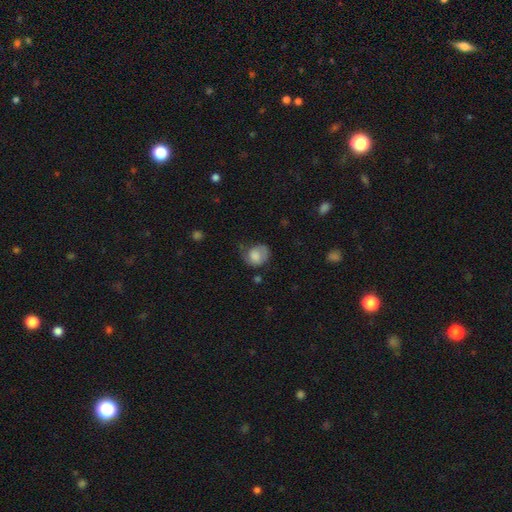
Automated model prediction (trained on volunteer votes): Smooth or featured: smooth — 68% (featured or disk — 24%)
How rounded: round — 60% (in between — 39%)
Merging: none — 39% (minor disturbance — 34%)